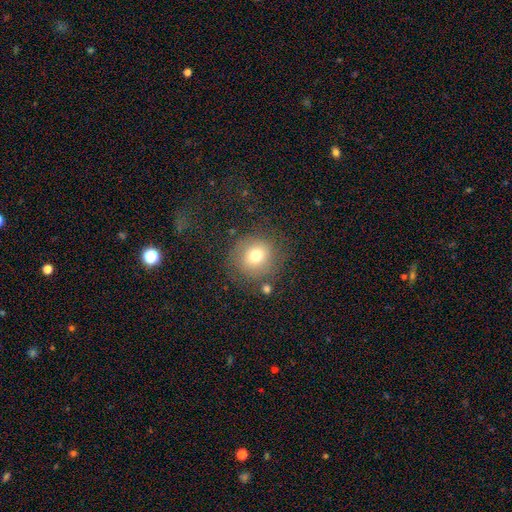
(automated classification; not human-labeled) Smooth or featured? Predicted: smooth (p=0.71). How rounded? Predicted: round (p=0.90). Merging? Predicted: none (p=0.76).